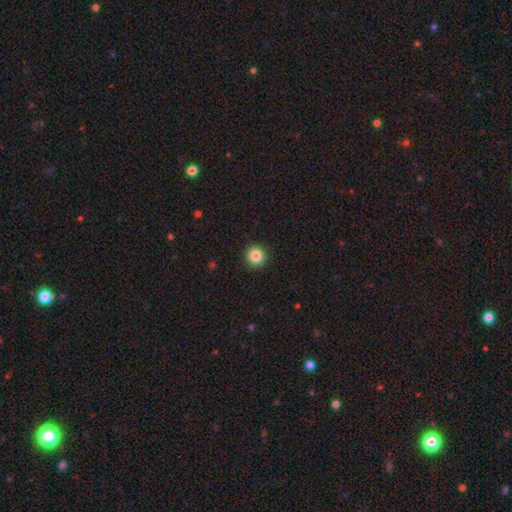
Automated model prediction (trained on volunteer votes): A smooth galaxy with no disk features (85%) that is round (94%).

Vote fractions:
- Smooth or featured? smooth: 85% / star or artifact: 10% / featured or disk: 5%
- How rounded? round: 94% / in between: 5% / cigar-shaped: 1%
- Merging? none: 93% / minor disturbance: 5% / major disturbance: 2% / merger: 1%